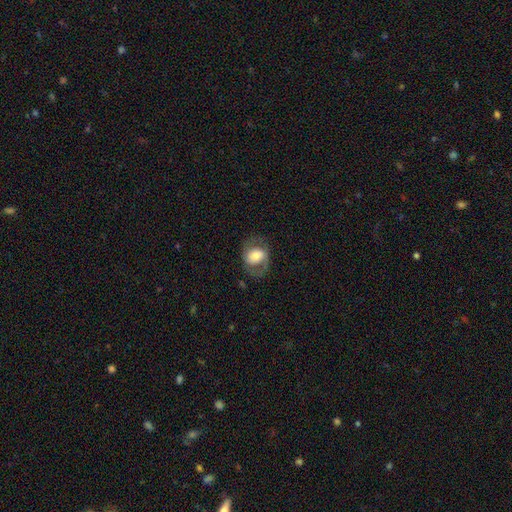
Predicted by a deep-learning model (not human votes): featured or disk 58%, smooth 35%, star or artifact 7%. Down the decision tree: edge-on disk — no (96%); bar — no (52%); spiral arms — yes (76%); bulge size — moderate (48%); merging — none (67%).